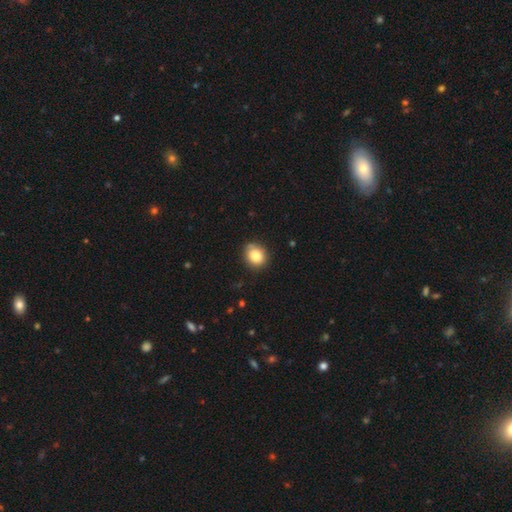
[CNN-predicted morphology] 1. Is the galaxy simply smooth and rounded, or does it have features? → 84% smooth, 9% star or artifact, 7% featured or disk.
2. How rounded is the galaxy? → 71% round, 28% in between, 1% cigar-shaped.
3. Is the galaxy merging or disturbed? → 78% none, 17% minor disturbance, 3% major disturbance, 3% merger.